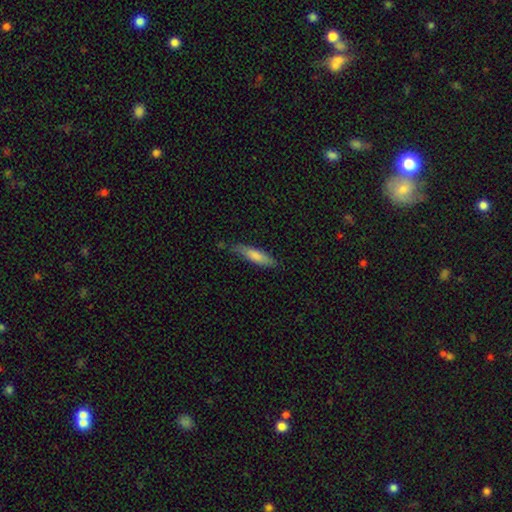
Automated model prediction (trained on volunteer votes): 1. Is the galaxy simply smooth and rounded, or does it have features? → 79% smooth, 16% featured or disk, 6% star or artifact.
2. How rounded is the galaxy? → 72% cigar-shaped, 27% in between, 1% round.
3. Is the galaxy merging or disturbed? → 67% none, 26% minor disturbance, 5% major disturbance, 2% merger.